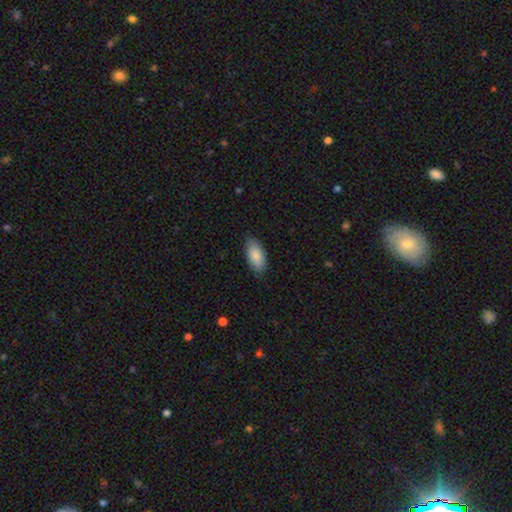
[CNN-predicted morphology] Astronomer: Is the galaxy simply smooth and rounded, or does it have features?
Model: smooth — 86%.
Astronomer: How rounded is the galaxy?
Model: in between — 91%.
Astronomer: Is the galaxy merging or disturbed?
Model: none — 84%.